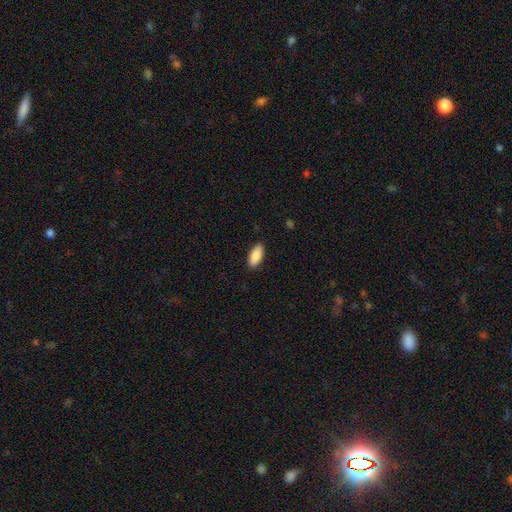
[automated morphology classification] smooth-or-featured: smooth: 89% | star or artifact: 6% | featured or disk: 5%
  how-rounded: in between: 88% | cigar-shaped: 10% | round: 2%
  merging: none: 88% | minor disturbance: 9% | major disturbance: 2% | merger: 1%